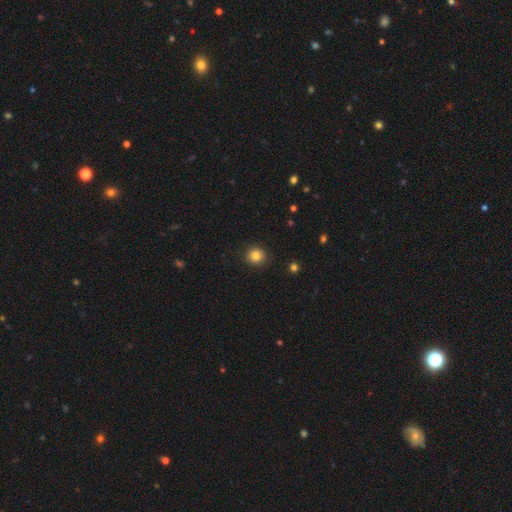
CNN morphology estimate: Overall: smooth (83%). How rounded: round (88%). Merging: none (90%).